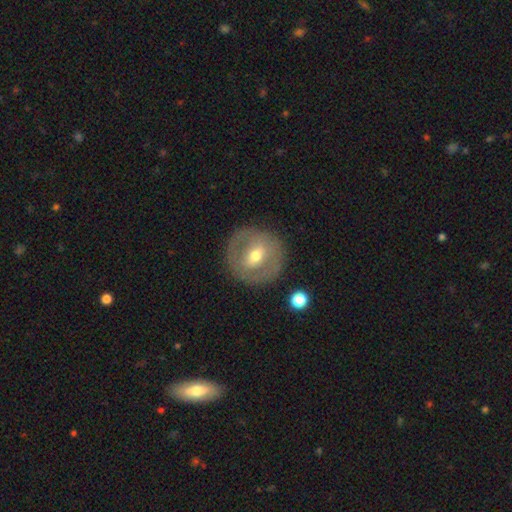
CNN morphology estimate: Overall: featured or disk (55%; smooth 38%). Edge-on disk: no (94%). Bar: weak (44%; no 31%). Spiral arms: no (71%). Bulge size: moderate (67%). Merging: none (83%).